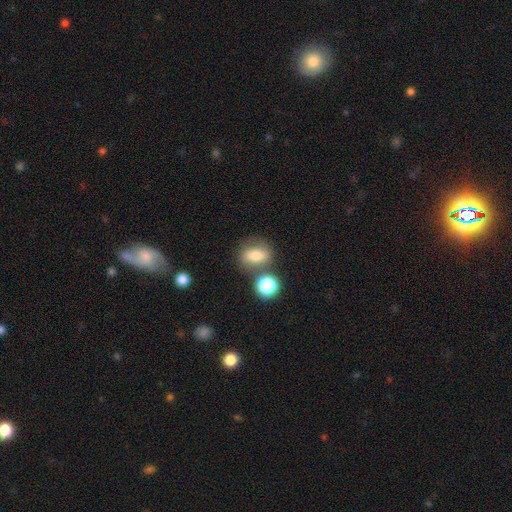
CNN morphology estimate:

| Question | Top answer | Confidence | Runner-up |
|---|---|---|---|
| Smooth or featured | smooth | 73% | featured or disk (16%) |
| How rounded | in between | 61% | round (37%) |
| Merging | none | 60% | merger (20%) |